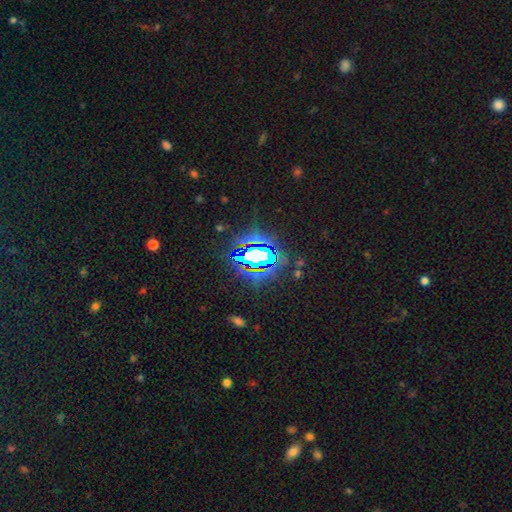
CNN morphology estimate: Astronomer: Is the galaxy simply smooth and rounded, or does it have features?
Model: star or artifact — 72%.